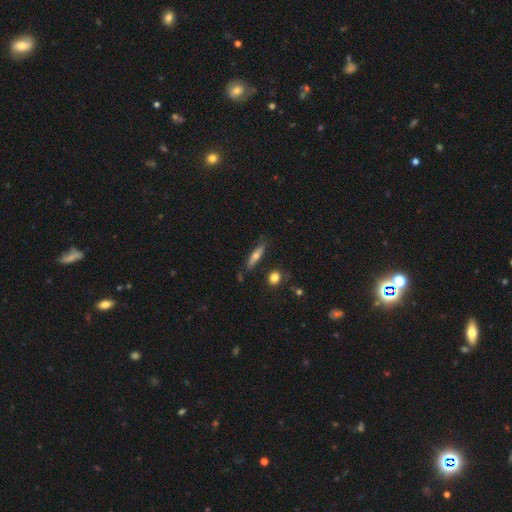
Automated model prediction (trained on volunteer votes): The model was most divided on "smooth or featured": smooth: 57%, featured or disk: 36%, star or artifact: 7%. More confident: merging — none (75%); how rounded — cigar-shaped (71%).